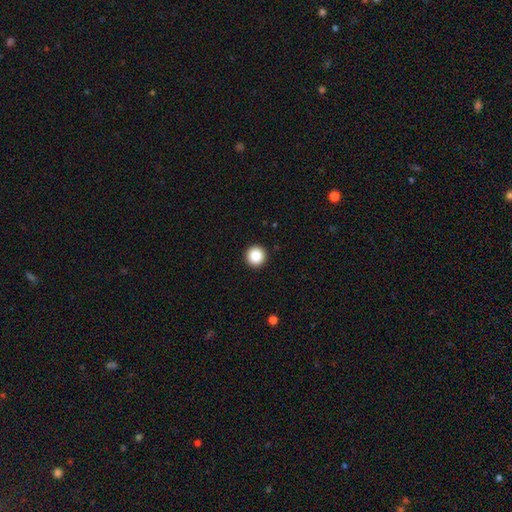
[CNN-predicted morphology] This appears to be a smooth galaxy with no disk features (88%) that is round (96%). Merging: none (94%).